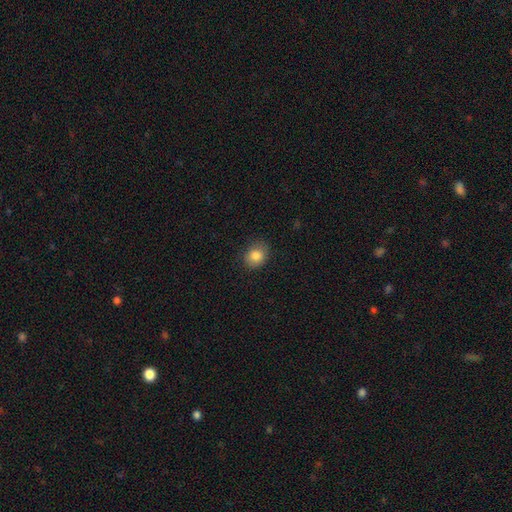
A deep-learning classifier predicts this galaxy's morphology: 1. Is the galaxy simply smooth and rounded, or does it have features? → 84% smooth, 10% star or artifact, 6% featured or disk.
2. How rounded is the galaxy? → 57% round, 42% in between, 1% cigar-shaped.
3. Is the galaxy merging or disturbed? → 81% none, 14% minor disturbance, 3% major disturbance, 1% merger.